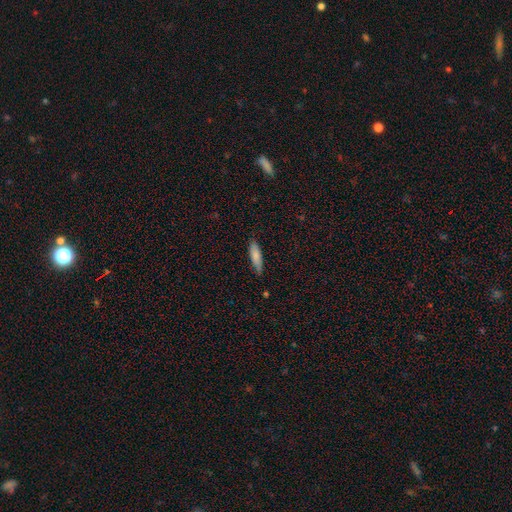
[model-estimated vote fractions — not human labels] Overall: smooth (80%). How rounded: cigar-shaped (65%; in between 33%). Merging: none (81%).